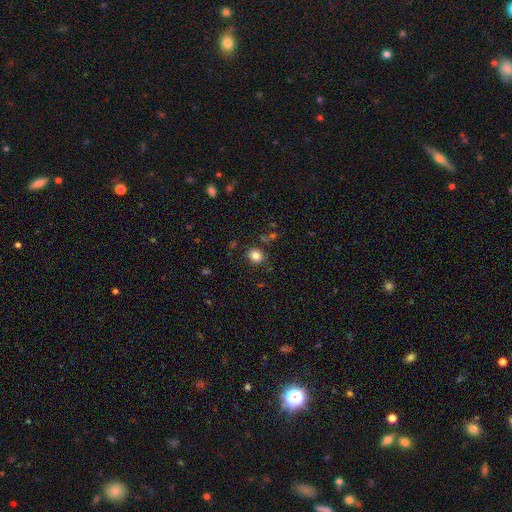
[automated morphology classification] Overall: smooth (84%). How rounded: round (68%; in between 31%). Merging: none (85%).